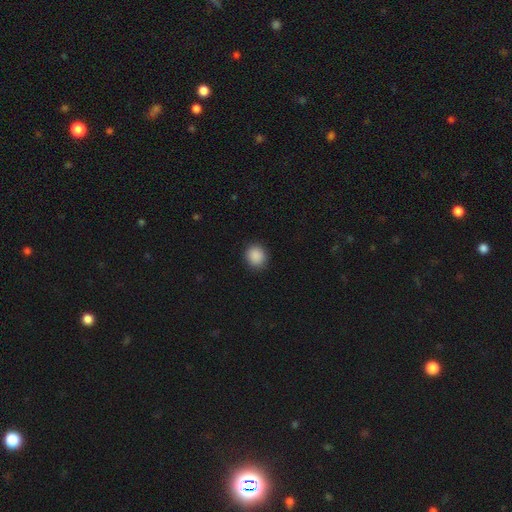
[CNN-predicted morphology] The model was most divided on "how rounded": round: 80%, in between: 19%, cigar-shaped: 1%. More confident: merging — none (90%); smooth or featured — smooth (89%).